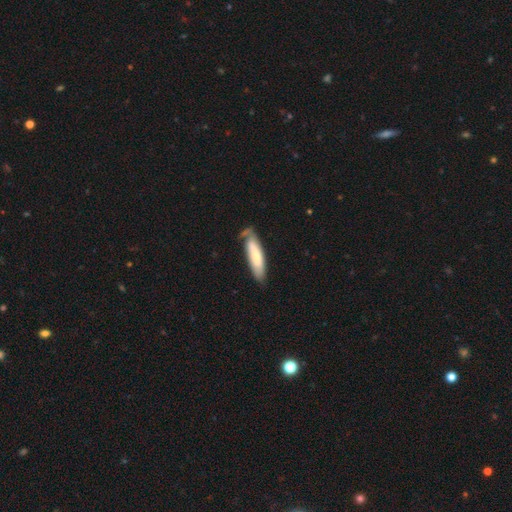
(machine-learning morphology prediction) A smooth galaxy with no disk features (67%) that is cigar-shaped (66%).

Vote fractions:
- Smooth or featured? smooth: 67% / featured or disk: 27% / star or artifact: 5%
- How rounded? cigar-shaped: 66% / in between: 33% / round: 1%
- Merging? none: 56% / minor disturbance: 28% / major disturbance: 10% / merger: 6%